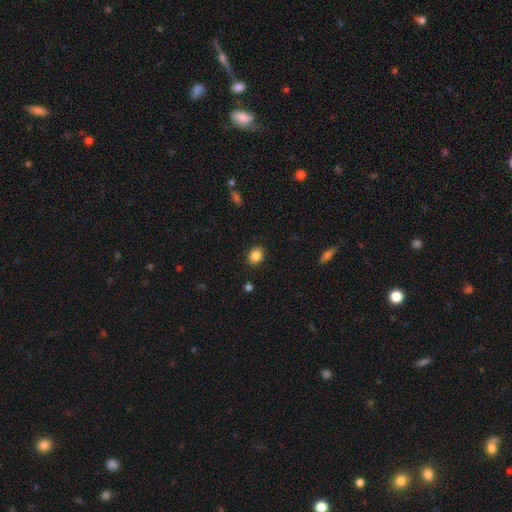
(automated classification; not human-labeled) The model was most divided on "how rounded": round: 68%, in between: 31%, cigar-shaped: 1%. More confident: merging — none (90%); smooth or featured — smooth (86%).